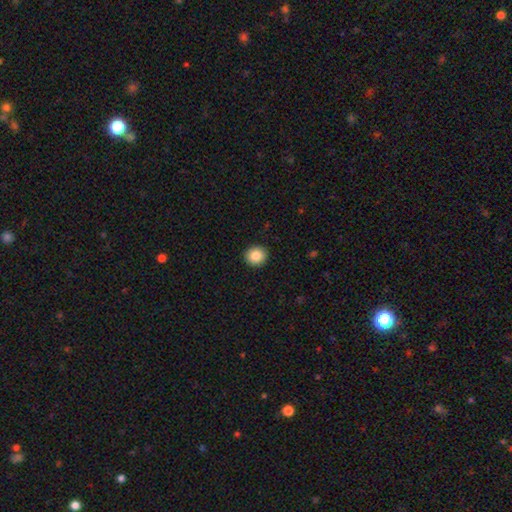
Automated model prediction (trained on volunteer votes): Overall: smooth (86%). How rounded: round (88%). Merging: none (93%).